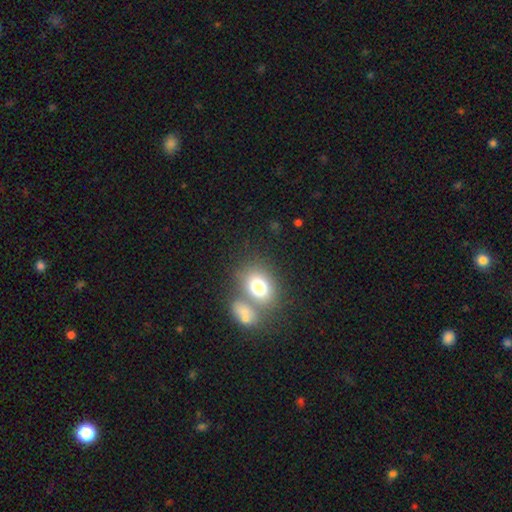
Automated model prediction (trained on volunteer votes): This is likely a smooth galaxy (70%). How rounded: possibly in between (60%). Merging: possibly merger (47%).